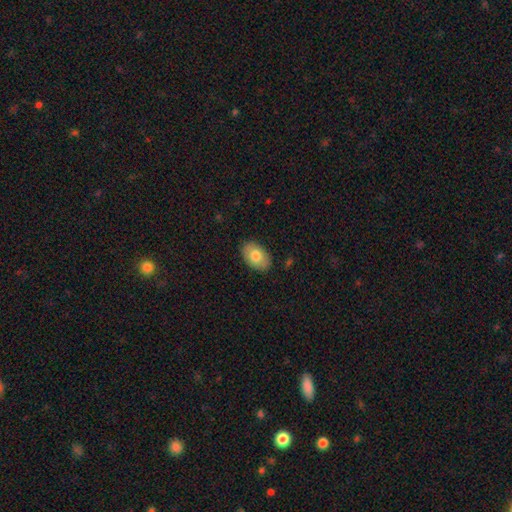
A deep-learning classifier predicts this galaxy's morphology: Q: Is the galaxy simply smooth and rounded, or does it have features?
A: smooth — 79%.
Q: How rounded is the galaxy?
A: in between — 91%.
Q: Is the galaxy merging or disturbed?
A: none — 87%.